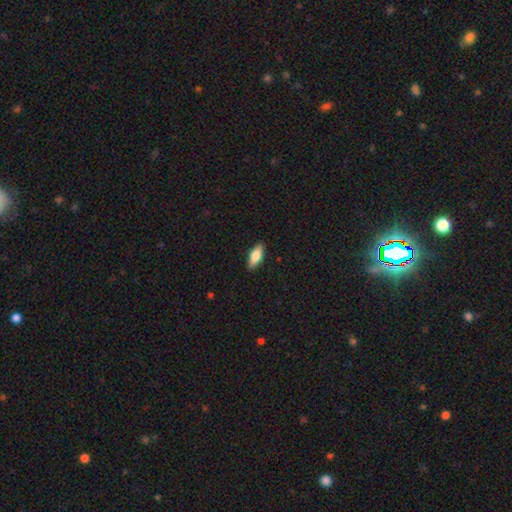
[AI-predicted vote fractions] Smooth or featured: smooth — 73% (featured or disk — 21%)
How rounded: in between — 75% (cigar-shaped — 22%)
Merging: none — 89% (minor disturbance — 8%)